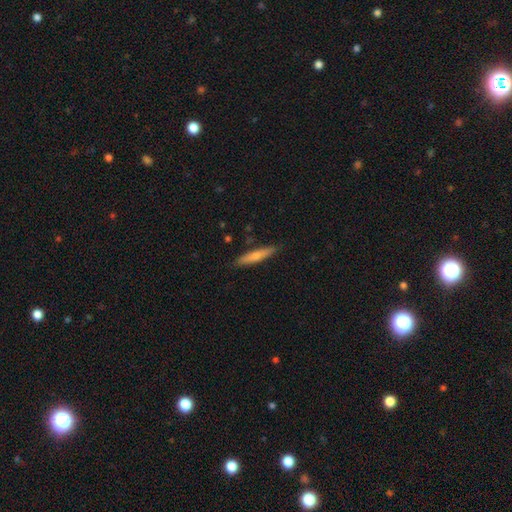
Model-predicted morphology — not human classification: Smooth or featured?
  - smooth: 67% *
  - featured or disk: 27%
  - star or artifact: 5%
How rounded?
  - cigar-shaped: 90% *
  - in between: 9%
  - round: 1%
Merging?
  - none: 87% *
  - minor disturbance: 10%
  - major disturbance: 2%
  - merger: 1%